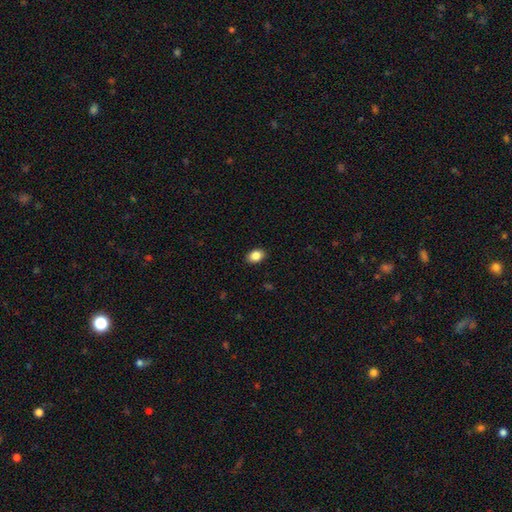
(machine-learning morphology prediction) The model was most divided on "how rounded": in between: 72%, round: 27%, cigar-shaped: 1%. More confident: merging — none (89%); smooth or featured — smooth (86%).